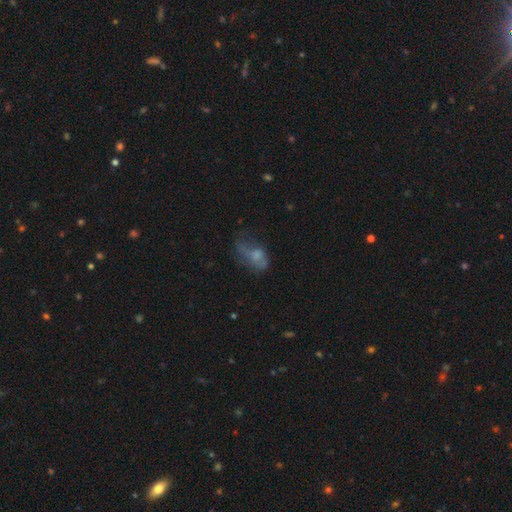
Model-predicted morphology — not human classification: smooth_or_featured: smooth (p=0.54) [alt: featured or disk p=0.34]
how_rounded: in between (p=0.85) [alt: round p=0.12]
merging: major disturbance (p=0.39) [alt: none p=0.30]